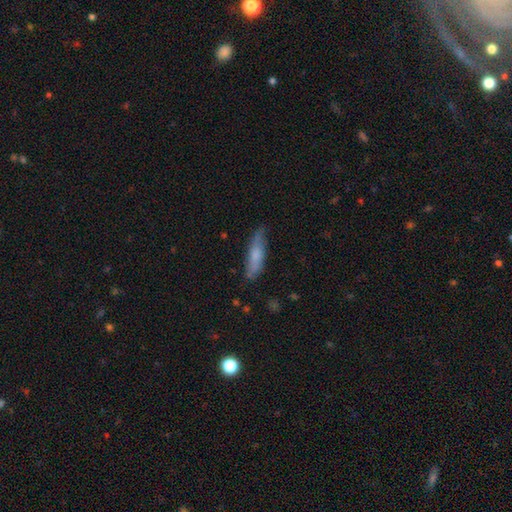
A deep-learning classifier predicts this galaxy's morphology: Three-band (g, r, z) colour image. It shows a smooth galaxy with no disk features (69%) that is cigar-shaped (70%). Merging: none (70%).